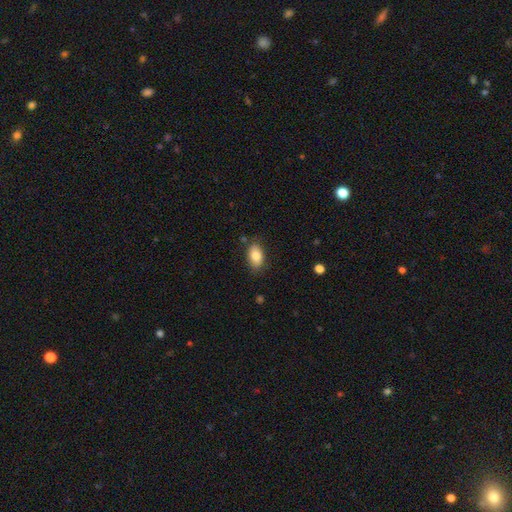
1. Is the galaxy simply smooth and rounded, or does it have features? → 87% smooth, 8% star or artifact, 5% featured or disk.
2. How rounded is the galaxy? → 85% in between, 15% round, 0% cigar-shaped.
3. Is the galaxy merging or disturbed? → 77% none, 14% minor disturbance, 6% major disturbance, 3% merger.